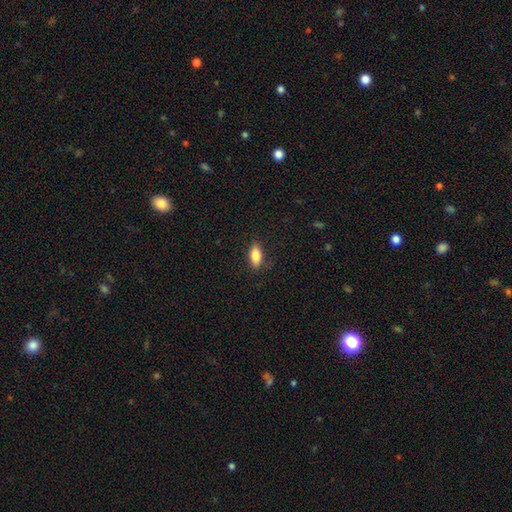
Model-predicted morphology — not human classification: This is clearly a smooth galaxy (82%). How rounded: clearly in between (83%). Merging: clearly none (84%).